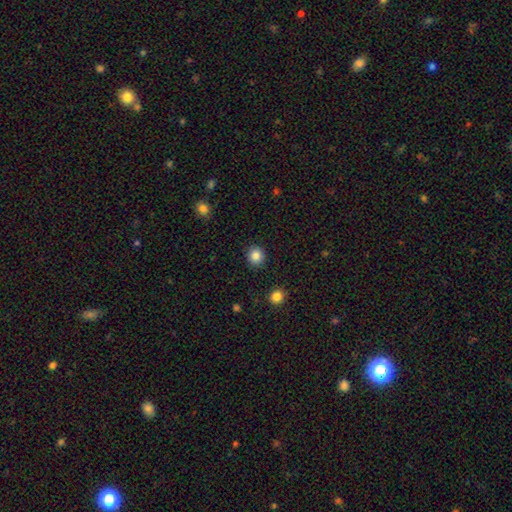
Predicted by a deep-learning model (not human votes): smooth-or-featured: smooth: 85% | star or artifact: 10% | featured or disk: 5%
  how-rounded: round: 90% | in between: 9% | cigar-shaped: 1%
  merging: none: 91% | minor disturbance: 5% | major disturbance: 2% | merger: 1%